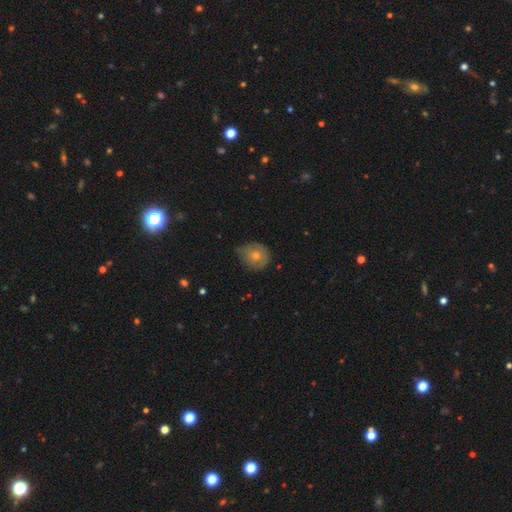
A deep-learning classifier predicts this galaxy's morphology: Smooth or featured?
  - smooth: 52% *
  - featured or disk: 32%
  - star or artifact: 16%
How rounded?
  - round: 83% *
  - in between: 16%
  - cigar-shaped: 1%
Merging?
  - none: 71% *
  - minor disturbance: 23%
  - major disturbance: 6%
  - merger: 1%